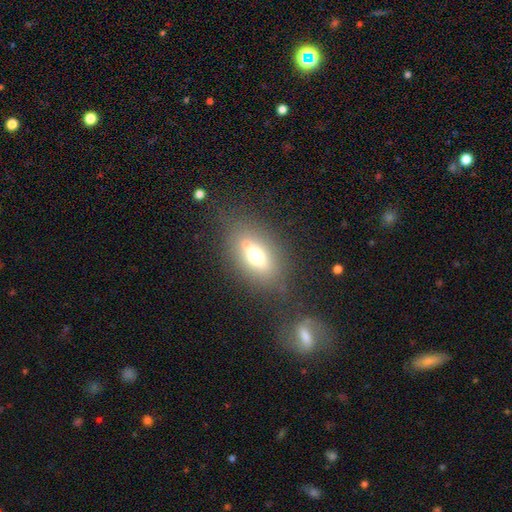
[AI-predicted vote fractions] Smooth or featured: smooth — 59% (featured or disk — 26%)
How rounded: in between — 76% (round — 17%)
Merging: none — 65% (minor disturbance — 15%)